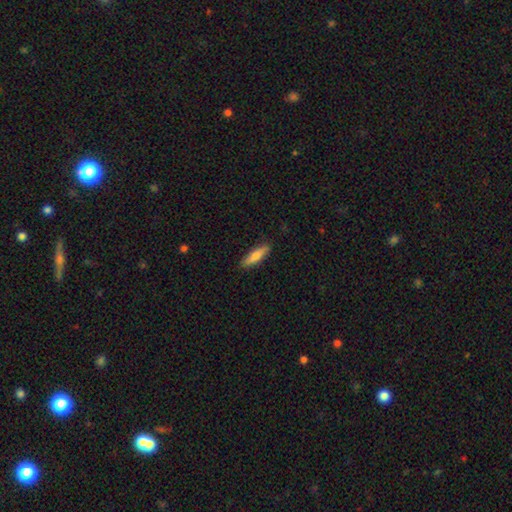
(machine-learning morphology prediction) Smooth or featured? smooth (71%)
How rounded? cigar-shaped (67%)
Merging? none (88%)